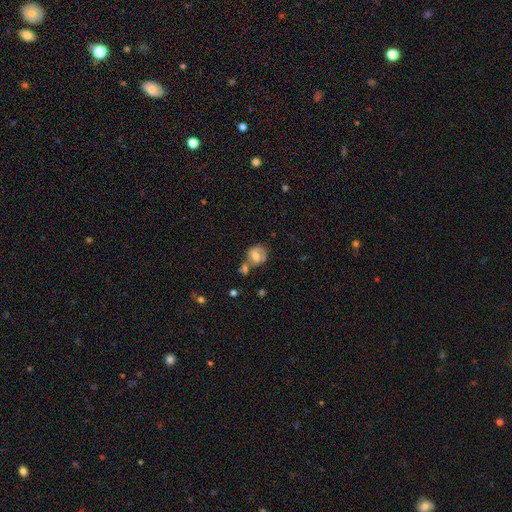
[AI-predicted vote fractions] Smooth or featured: smooth — 57% (featured or disk — 33%)
How rounded: round — 60% (in between — 39%)
Merging: none — 35% (merger — 34%)